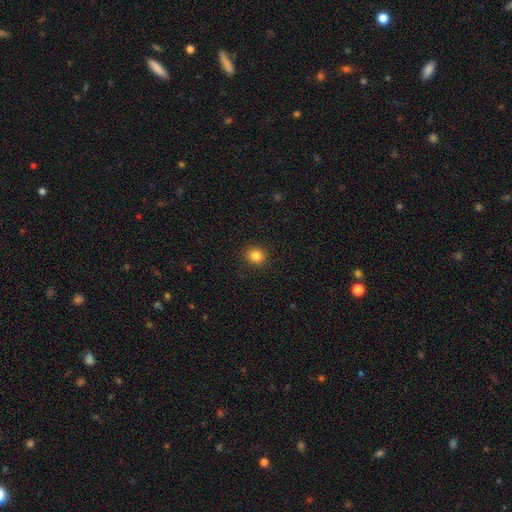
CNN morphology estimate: Smooth or featured? Predicted: smooth (p=0.84). How rounded? Predicted: round (p=0.80). Merging? Predicted: none (p=0.91).